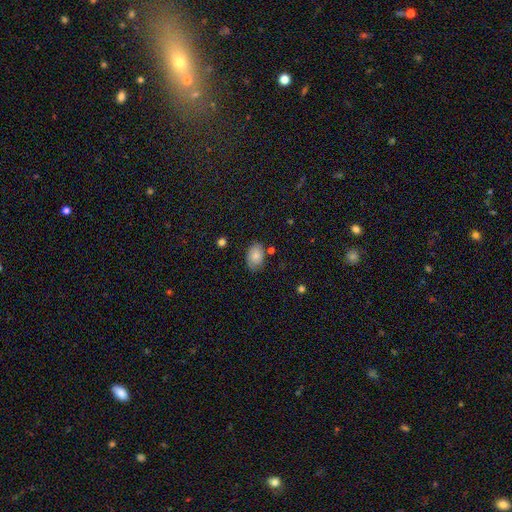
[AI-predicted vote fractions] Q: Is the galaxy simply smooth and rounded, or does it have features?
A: smooth — 80%.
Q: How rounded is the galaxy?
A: in between — 86%.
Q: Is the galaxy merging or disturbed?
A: none — 77%.